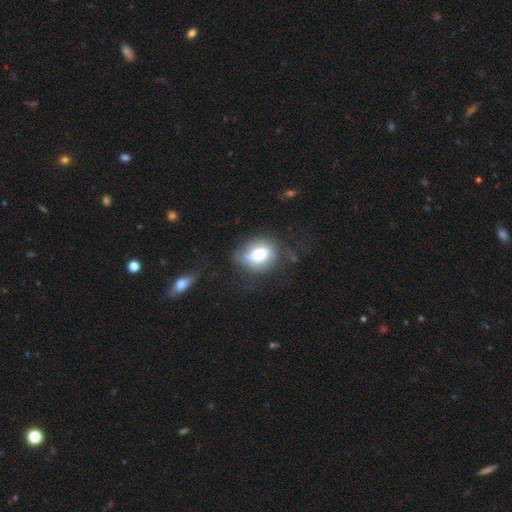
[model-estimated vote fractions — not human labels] Overall: smooth (63%; featured or disk 28%). How rounded: in between (63%; round 35%). Merging: none (55%; minor disturbance 26%).